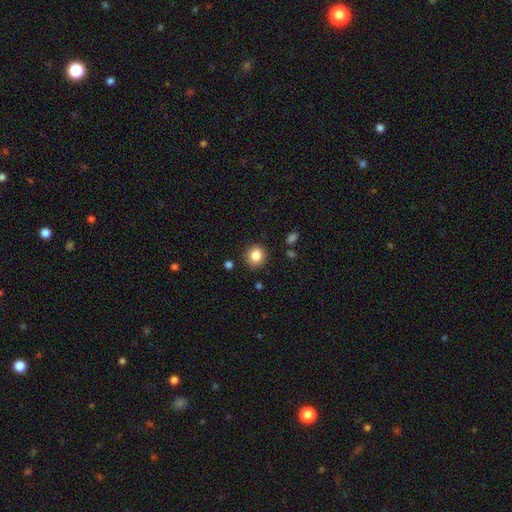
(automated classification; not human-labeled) Smooth or featured?
  - smooth: 85% *
  - star or artifact: 10%
  - featured or disk: 5%
How rounded?
  - round: 88% *
  - in between: 11%
  - cigar-shaped: 1%
Merging?
  - none: 88% *
  - minor disturbance: 7%
  - major disturbance: 2%
  - merger: 2%